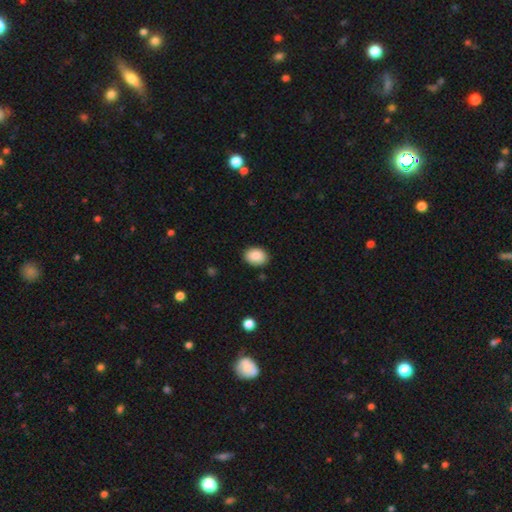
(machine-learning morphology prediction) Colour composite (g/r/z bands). It shows a smooth galaxy with no disk features (89%) that is in between round and cigar-shaped (69%). Merging: none (86%).